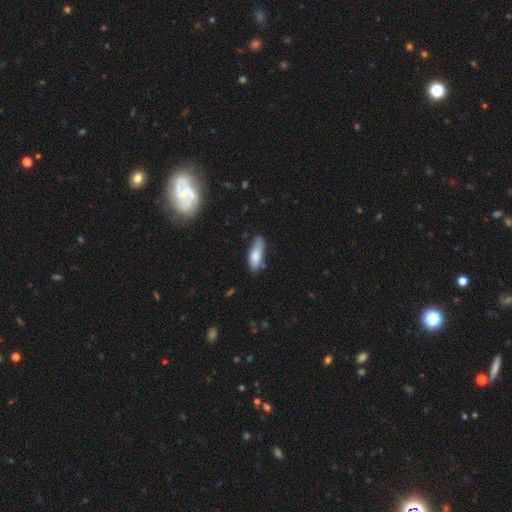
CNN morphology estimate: Smooth or featured? Predicted: smooth (p=0.79). How rounded? Predicted: in between (p=0.55). Merging? Predicted: none (p=0.69).